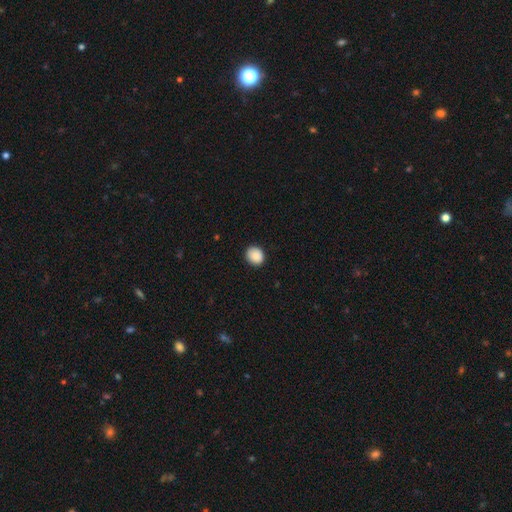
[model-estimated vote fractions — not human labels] Q: Smooth or featured?
A: smooth (89%); runner-up: star or artifact (8%)
Q: How rounded?
A: round (71%); runner-up: in between (28%)
Q: Merging?
A: none (89%); runner-up: minor disturbance (8%)